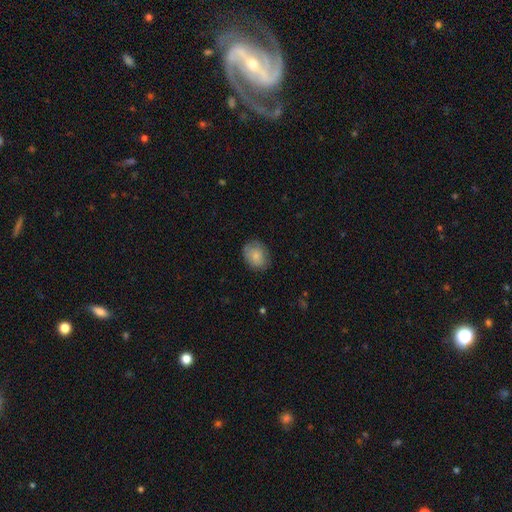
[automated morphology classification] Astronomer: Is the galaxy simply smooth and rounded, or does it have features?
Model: smooth — 81%.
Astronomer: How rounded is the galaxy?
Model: in between — 53% (runner-up: round, 46%).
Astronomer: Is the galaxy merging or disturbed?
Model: none — 78%.